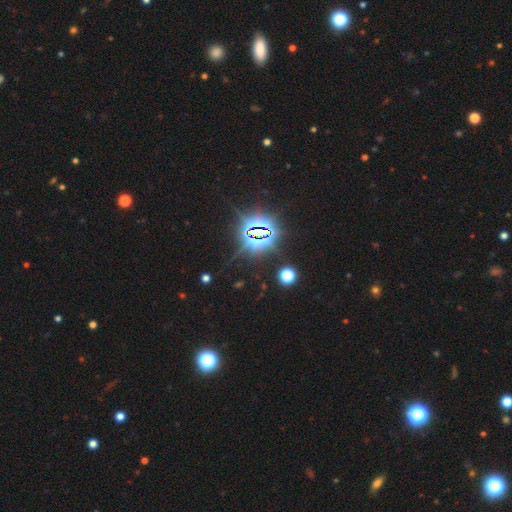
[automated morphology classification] type=star or artifact (83%).